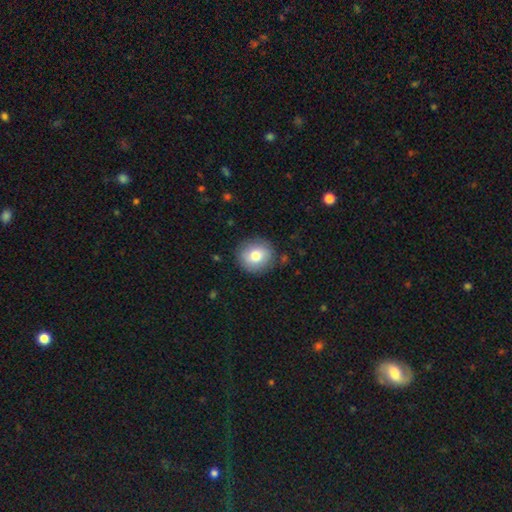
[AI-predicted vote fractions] smooth-or-featured: smooth: 76% | featured or disk: 15% | star or artifact: 9%
  how-rounded: round: 89% | in between: 10% | cigar-shaped: 1%
  merging: none: 87% | minor disturbance: 9% | major disturbance: 3% | merger: 1%